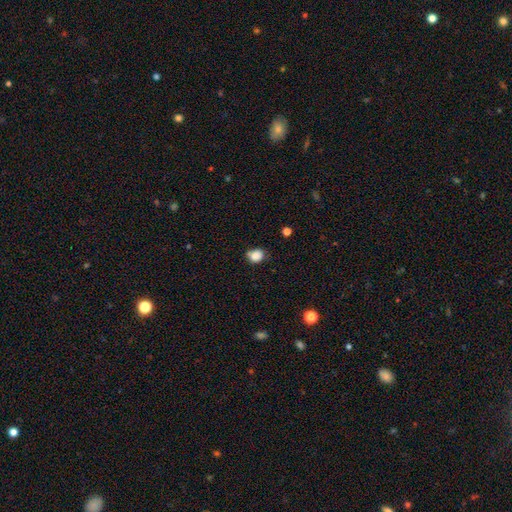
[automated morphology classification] smooth 85%, star or artifact 10%, featured or disk 5%. Down the decision tree: how rounded — round (57%); merging — none (58%).